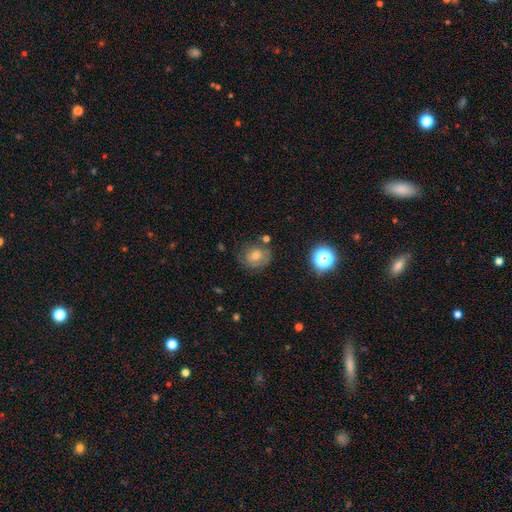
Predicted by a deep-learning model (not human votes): Smooth or featured?
  - smooth: 58% *
  - featured or disk: 29%
  - star or artifact: 13%
How rounded?
  - round: 64% *
  - in between: 35%
  - cigar-shaped: 1%
Merging?
  - none: 64% *
  - minor disturbance: 22%
  - major disturbance: 10%
  - merger: 5%